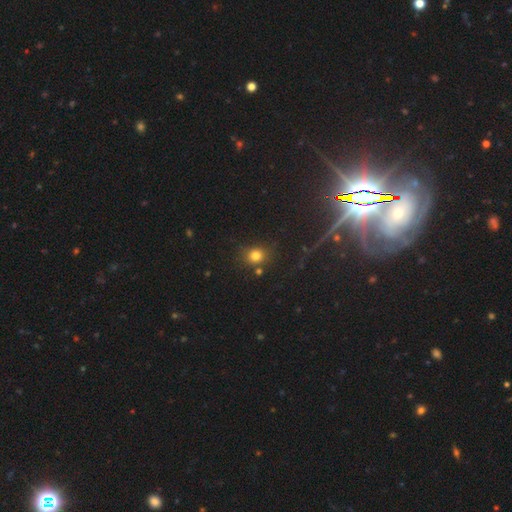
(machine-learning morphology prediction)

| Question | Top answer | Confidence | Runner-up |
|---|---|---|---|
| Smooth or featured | smooth | 77% | star or artifact (17%) |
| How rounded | round | 79% | in between (20%) |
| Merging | none | 77% | minor disturbance (11%) |